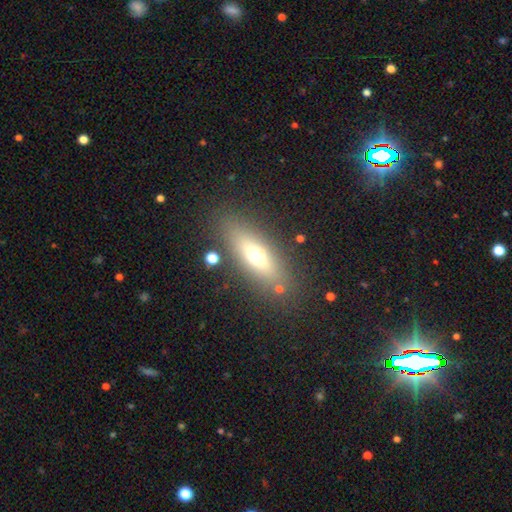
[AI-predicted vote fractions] Q: Smooth or featured?
A: smooth (52%); runner-up: featured or disk (37%)
Q: How rounded?
A: in between (53%); runner-up: cigar-shaped (43%)
Q: Merging?
A: none (80%); runner-up: minor disturbance (11%)